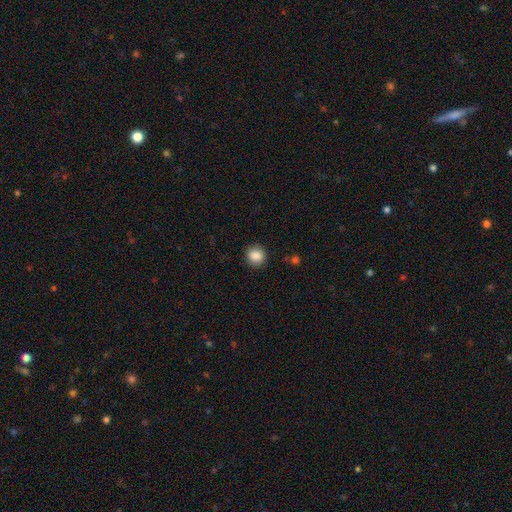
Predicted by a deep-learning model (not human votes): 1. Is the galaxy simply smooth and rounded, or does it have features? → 87% smooth, 9% star or artifact, 4% featured or disk.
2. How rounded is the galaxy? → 87% round, 12% in between, 1% cigar-shaped.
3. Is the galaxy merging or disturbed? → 90% none, 7% minor disturbance, 2% major disturbance, 1% merger.